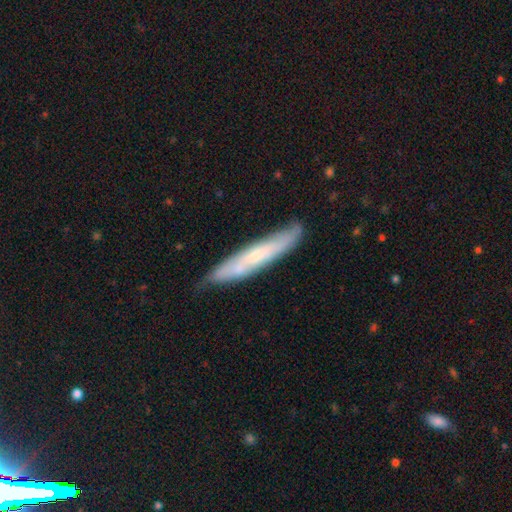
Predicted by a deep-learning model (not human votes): Smooth or featured? Predicted: featured or disk (p=0.49). Merging? Predicted: none (p=0.72).